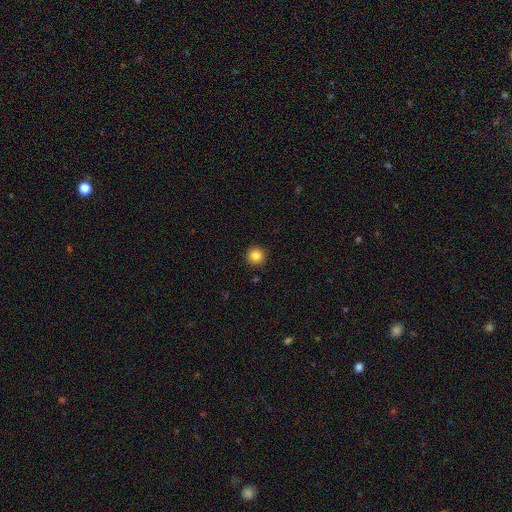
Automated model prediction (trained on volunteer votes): smooth_or_featured: smooth (p=0.84) [alt: star or artifact p=0.11]
how_rounded: round (p=0.95) [alt: in between p=0.04]
merging: none (p=0.93) [alt: minor disturbance p=0.05]